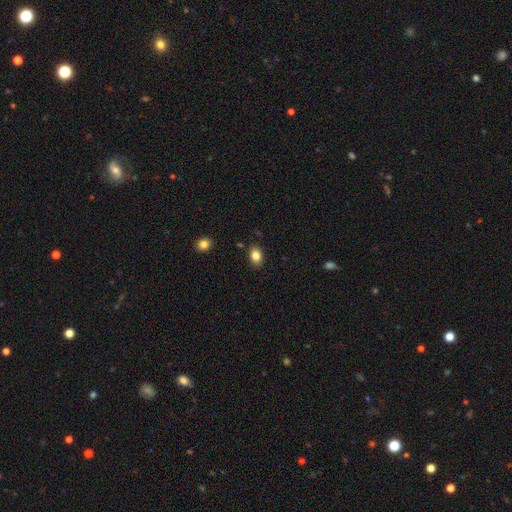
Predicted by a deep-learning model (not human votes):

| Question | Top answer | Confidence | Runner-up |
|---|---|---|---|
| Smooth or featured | smooth | 84% | star or artifact (9%) |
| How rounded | in between | 77% | round (22%) |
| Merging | none | 86% | minor disturbance (10%) |